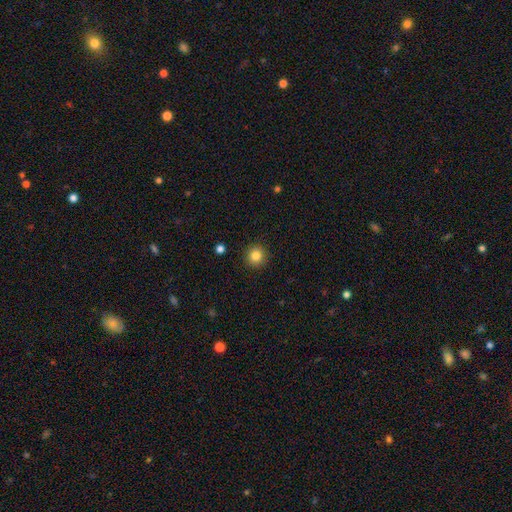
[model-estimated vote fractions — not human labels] This is clearly a smooth galaxy (84%). How rounded: clearly round (94%). Merging: clearly none (93%).